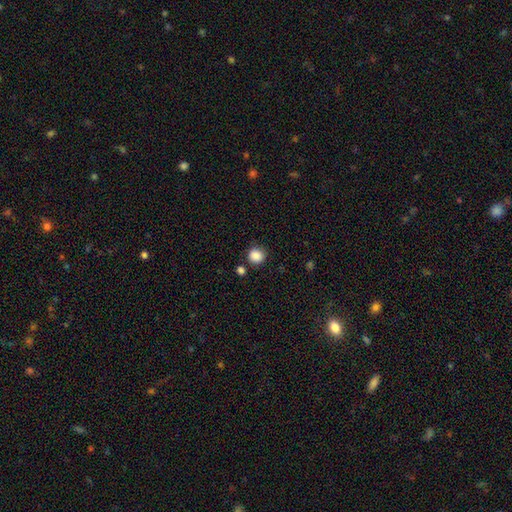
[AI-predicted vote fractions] This is clearly a smooth galaxy (87%). How rounded: clearly round (91%). Merging: clearly none (83%).